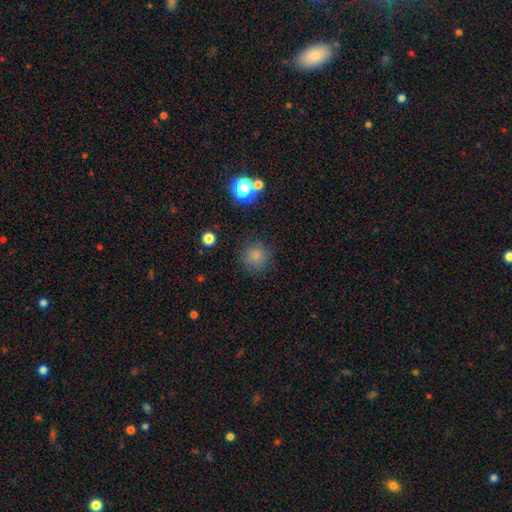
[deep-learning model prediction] Smooth or featured? smooth (81%)
How rounded? round (94%)
Merging? none (85%)